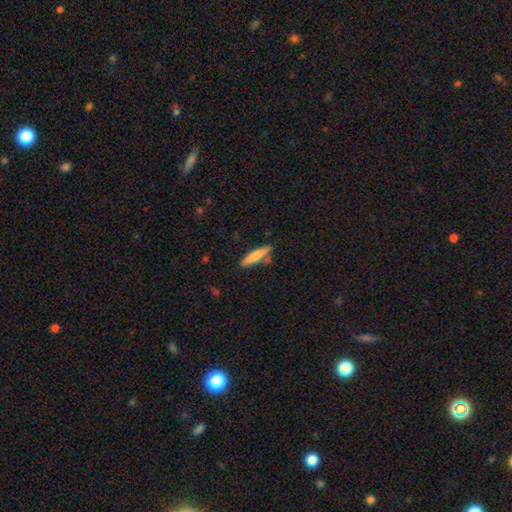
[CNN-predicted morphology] Smooth or featured? Predicted: smooth (p=0.65). How rounded? Predicted: cigar-shaped (p=0.81). Merging? Predicted: none (p=0.76).